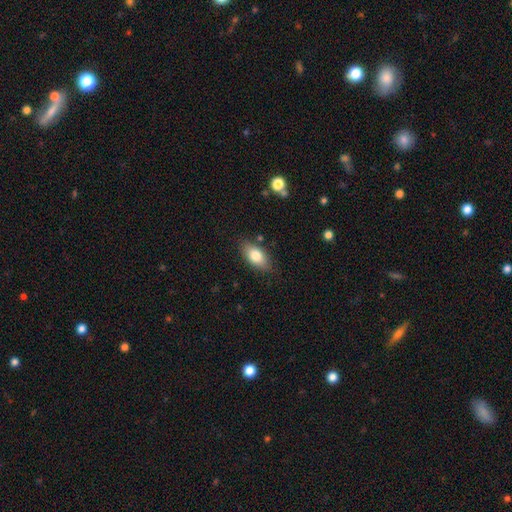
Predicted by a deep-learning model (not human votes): smooth_or_featured: smooth (p=0.79) [alt: featured or disk p=0.14]
how_rounded: in between (p=0.89) [alt: cigar-shaped p=0.06]
merging: none (p=0.82) [alt: minor disturbance p=0.13]